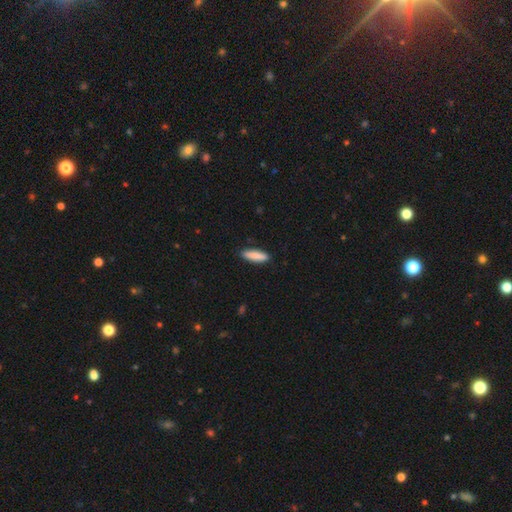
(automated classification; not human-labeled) smooth 87%, featured or disk 7%, star or artifact 5%. Down the decision tree: how rounded — cigar-shaped (62%); merging — none (89%).